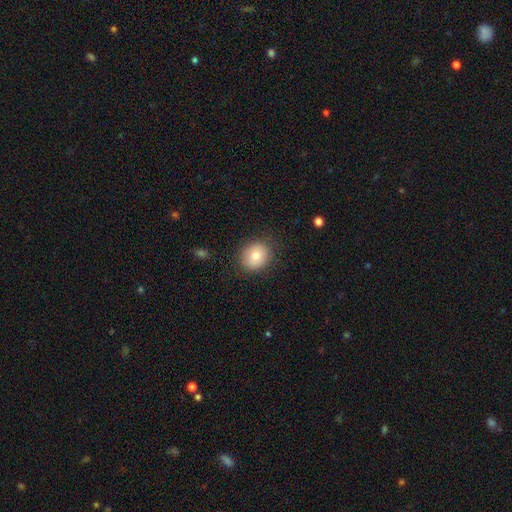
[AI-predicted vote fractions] A smooth galaxy with no disk features (79%) that is round (74%).

Vote fractions:
- Smooth or featured? smooth: 79% / featured or disk: 12% / star or artifact: 9%
- How rounded? round: 74% / in between: 25% / cigar-shaped: 1%
- Merging? none: 86% / minor disturbance: 10% / major disturbance: 3% / merger: 1%